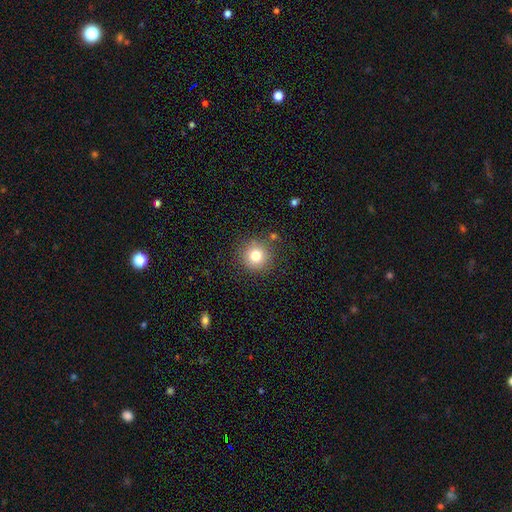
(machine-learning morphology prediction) This appears to be a smooth galaxy with no disk features (79%) that is round (94%). Merging: none (85%).